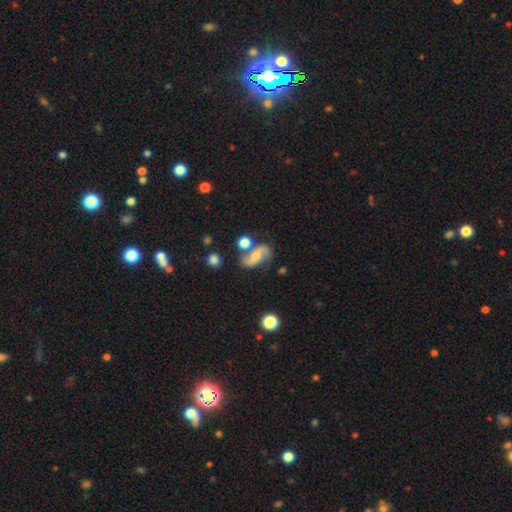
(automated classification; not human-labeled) smooth_or_featured: featured or disk (p=0.76) [alt: smooth p=0.16]
disk_edge_on: no (p=0.96) [alt: yes p=0.04]
bar: no (p=0.42) [alt: weak p=0.35]
has_spiral_arms: yes (p=0.93) [alt: no p=0.07]
spiral_winding: loose (p=0.55) [alt: medium p=0.34]
spiral_arm_count: 2 (p=0.92) [alt: can't tell p=0.03]
bulge_size: moderate (p=0.61) [alt: small p=0.28]
merging: none (p=0.66) [alt: minor disturbance p=0.15]